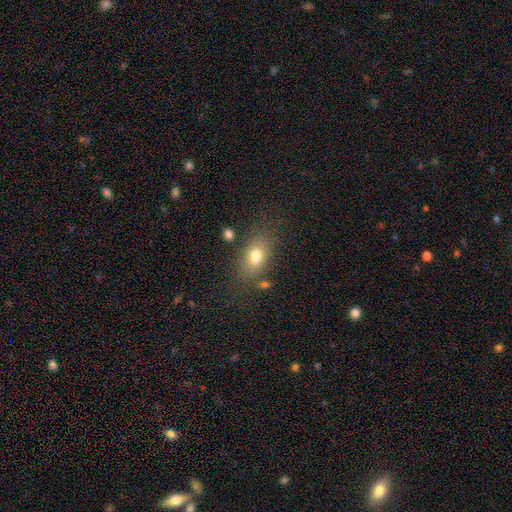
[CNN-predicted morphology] smooth-or-featured: smooth: 74% | featured or disk: 16% | star or artifact: 10%
  how-rounded: in between: 84% | round: 12% | cigar-shaped: 4%
  merging: none: 70% | minor disturbance: 16% | major disturbance: 7% | merger: 6%